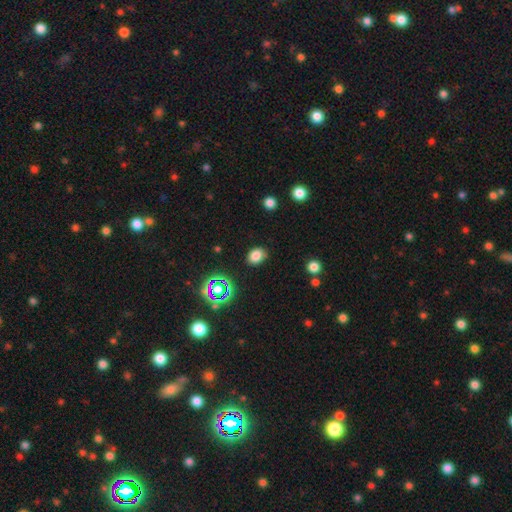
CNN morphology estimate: smooth 79%, star or artifact 15%, featured or disk 6%. Down the decision tree: how rounded — in between (62%); merging — none (82%).